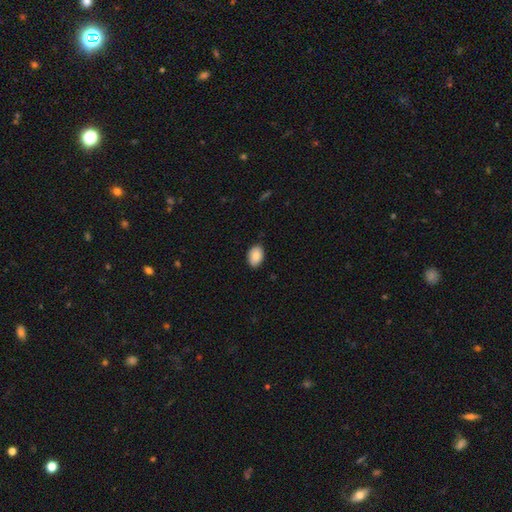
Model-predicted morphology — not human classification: This appears to be a smooth galaxy with no disk features (86%) that is in between round and cigar-shaped (85%). Merging: none (87%).